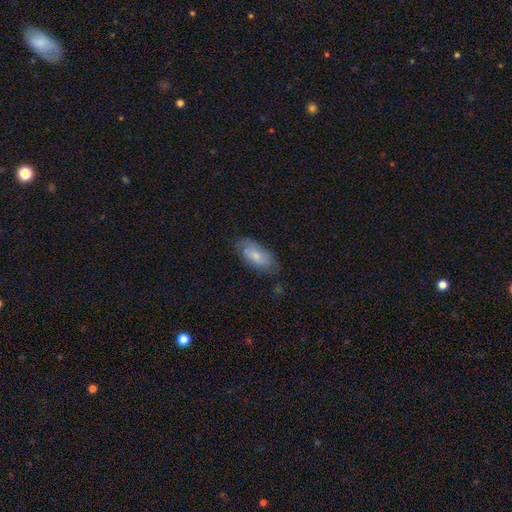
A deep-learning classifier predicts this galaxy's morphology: type=smooth (72%); roundness=in between (88%); merging=none (67%).